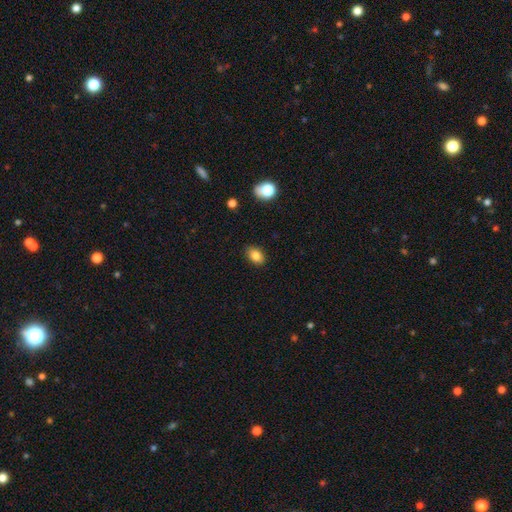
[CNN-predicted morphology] This is clearly a smooth galaxy (83%). How rounded: clearly in between (82%). Merging: clearly none (87%).